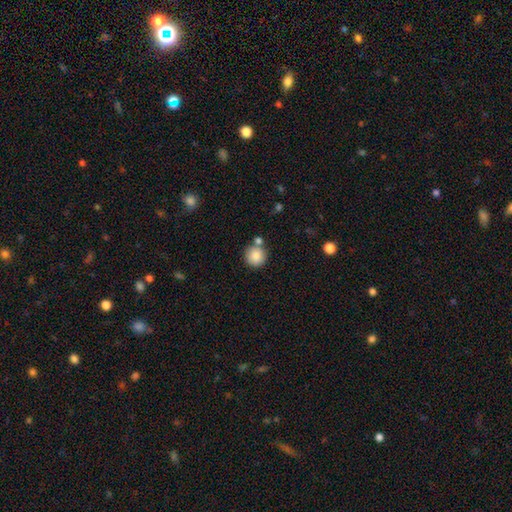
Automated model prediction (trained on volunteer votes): smooth-or-featured: smooth: 85% | star or artifact: 9% | featured or disk: 6%
  how-rounded: round: 93% | in between: 6% | cigar-shaped: 1%
  merging: none: 71% | merger: 16% | minor disturbance: 10% | major disturbance: 3%